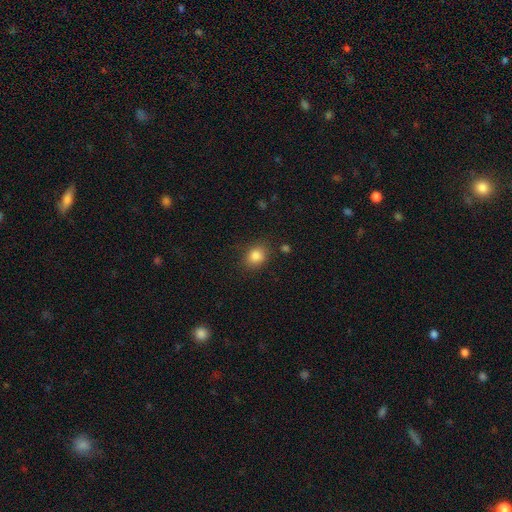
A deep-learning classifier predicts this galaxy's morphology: This appears to be a smooth galaxy with no disk features (84%) that is round (53%). Merging: none (81%).